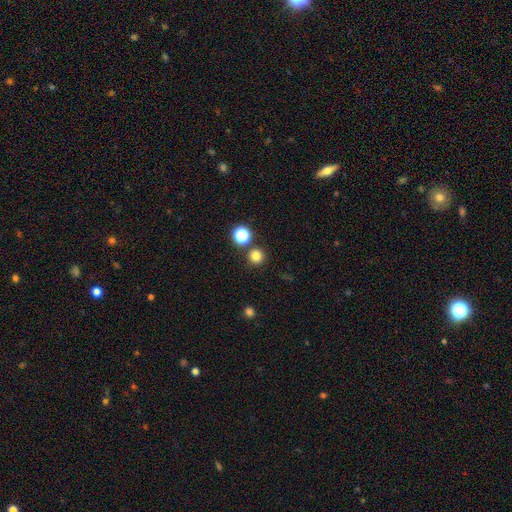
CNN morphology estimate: type=smooth (80%); roundness=round (95%); merging=none (86%).